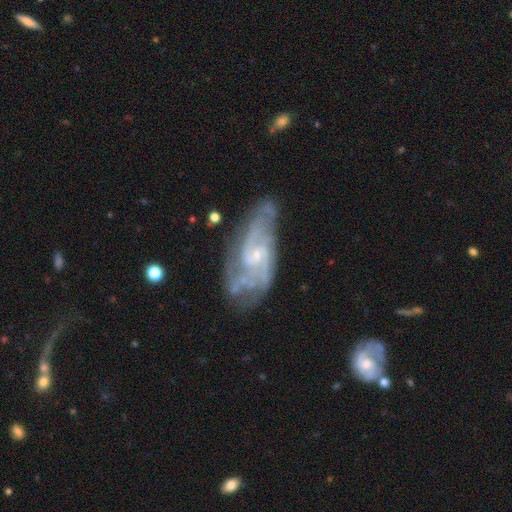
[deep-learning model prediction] smooth-or-featured: featured or disk: 85% | smooth: 8% | star or artifact: 6%
  disk-edge-on: no: 94% | yes: 6%
    bar: no: 56% | weak: 37% | strong: 7%
    has-spiral-arms: yes: 94% | no: 6%
      spiral-winding: medium: 45% | tight: 40% | loose: 15%
      spiral-arm-count: 2: 34% | can't tell: 28% | 3: 20% | 4: 9% | 1: 5% | more than 4: 5%
    bulge-size: small: 77% | moderate: 17% | none: 4% | large: 1% | dominant: 1%
  merging: none: 60% | minor disturbance: 24% | major disturbance: 12% | merger: 4%